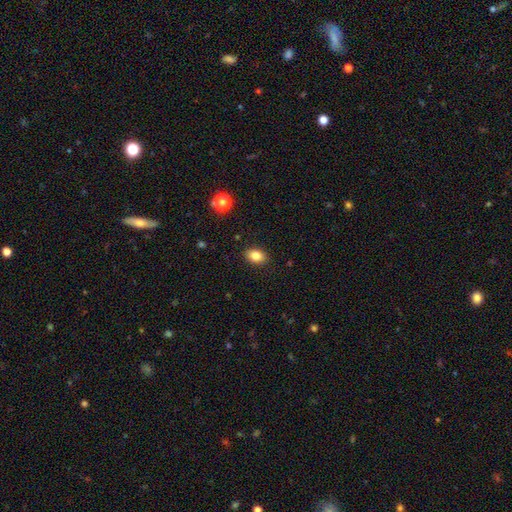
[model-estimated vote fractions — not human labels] Smooth or featured? smooth (82%)
How rounded? in between (78%)
Merging? none (89%)